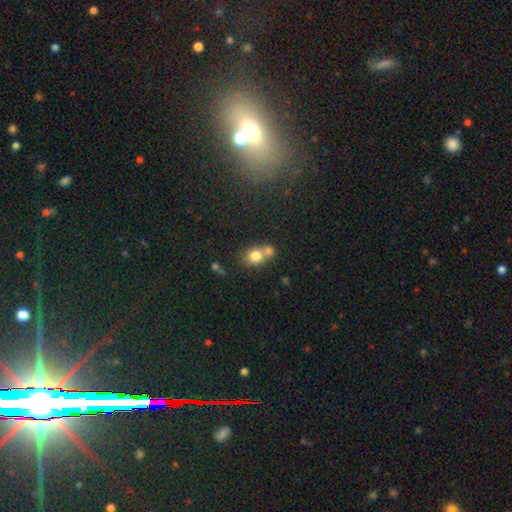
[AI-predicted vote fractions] This is likely a smooth galaxy (77%). How rounded: likely round (72%). Merging: possibly merger (51%).